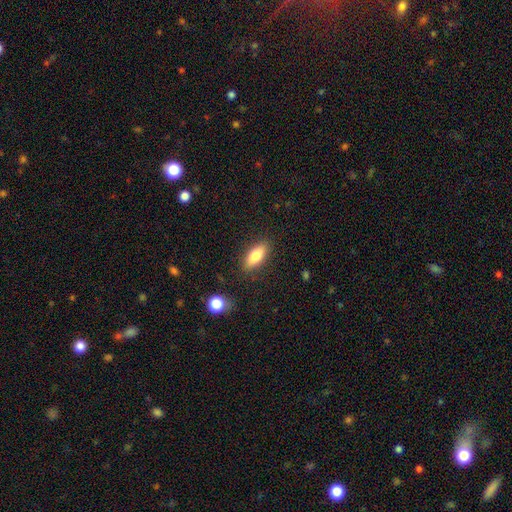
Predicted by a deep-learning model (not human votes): Smooth or featured: smooth — 78% (featured or disk — 14%)
How rounded: in between — 79% (cigar-shaped — 18%)
Merging: none — 85% (minor disturbance — 10%)